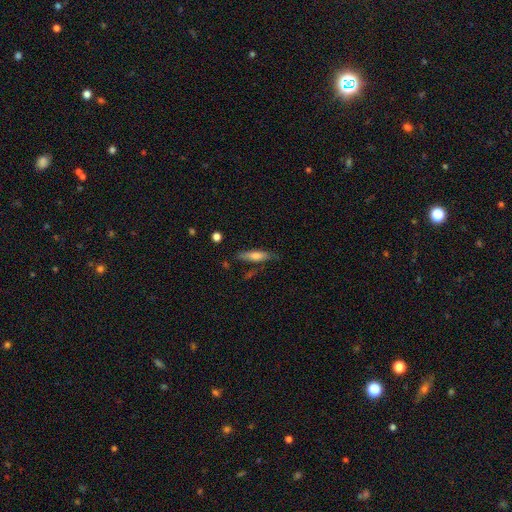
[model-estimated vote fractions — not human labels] Smooth or featured: smooth — 64% (featured or disk — 29%)
How rounded: cigar-shaped — 75% (in between — 23%)
Merging: none — 76% (minor disturbance — 16%)